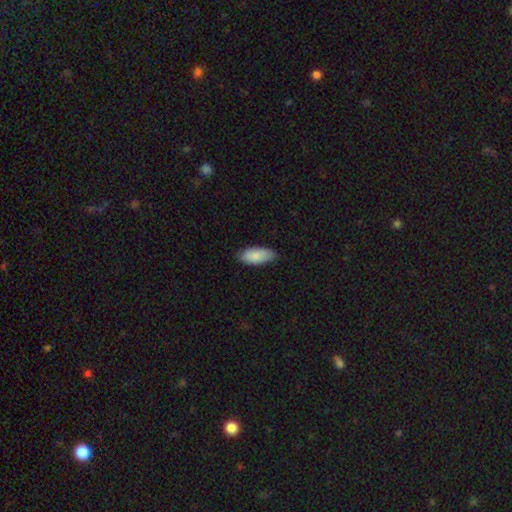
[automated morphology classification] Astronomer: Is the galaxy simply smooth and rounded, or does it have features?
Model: smooth — 86%.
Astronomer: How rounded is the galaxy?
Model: in between — 88%.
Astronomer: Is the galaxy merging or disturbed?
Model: none — 81%.